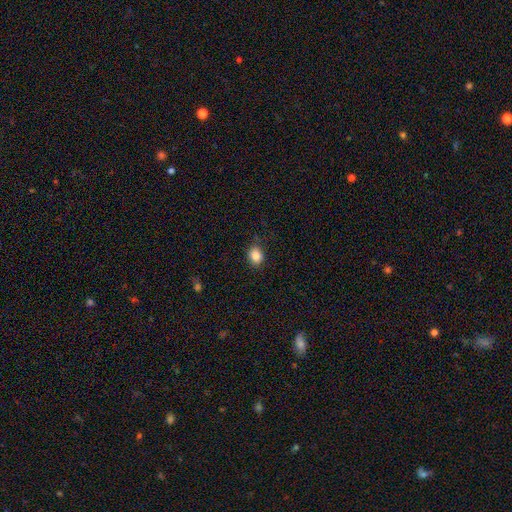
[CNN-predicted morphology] type=smooth (85%); roundness=round (56%); merging=none (83%).